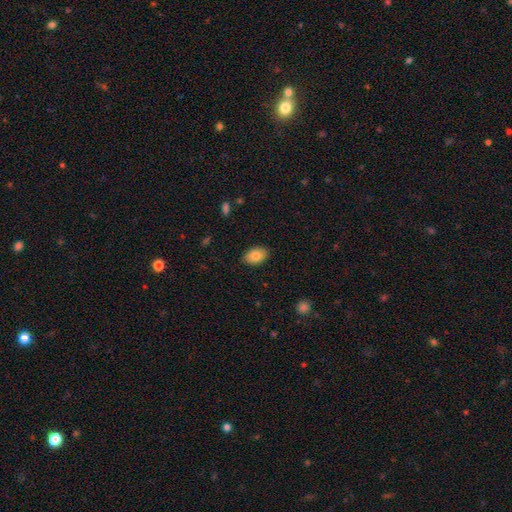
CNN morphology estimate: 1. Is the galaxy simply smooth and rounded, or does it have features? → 84% smooth, 9% featured or disk, 7% star or artifact.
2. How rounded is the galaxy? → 87% in between, 12% round, 1% cigar-shaped.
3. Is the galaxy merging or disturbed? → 86% none, 11% minor disturbance, 2% major disturbance, 1% merger.